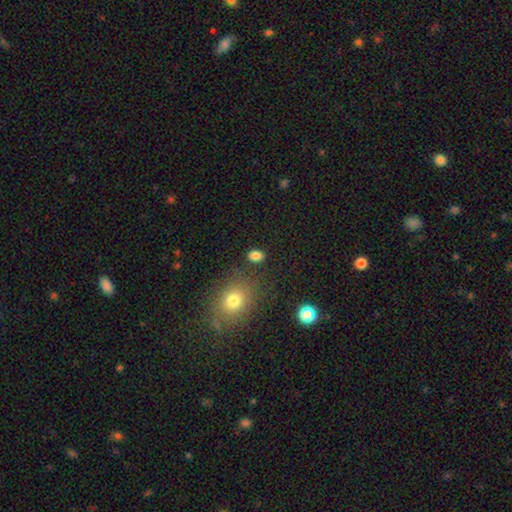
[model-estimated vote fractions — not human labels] smooth_or_featured: smooth (p=0.83) [alt: star or artifact p=0.12]
how_rounded: in between (p=0.67) [alt: round p=0.31]
merging: none (p=0.83) [alt: minor disturbance p=0.10]